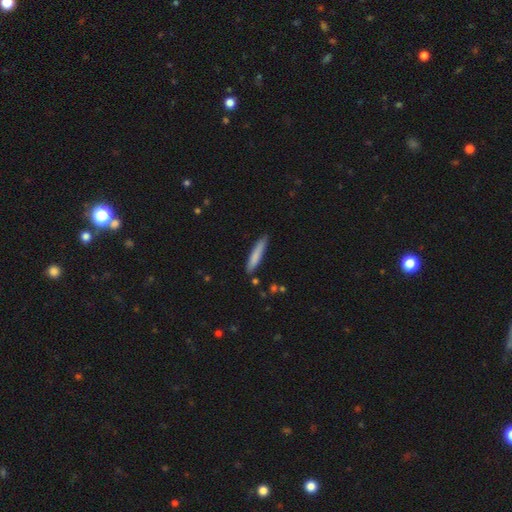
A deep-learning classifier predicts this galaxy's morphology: smooth-or-featured: smooth: 80% | featured or disk: 14% | star or artifact: 6%
  how-rounded: cigar-shaped: 90% | in between: 9% | round: 1%
  merging: none: 82% | minor disturbance: 14% | major disturbance: 2% | merger: 2%